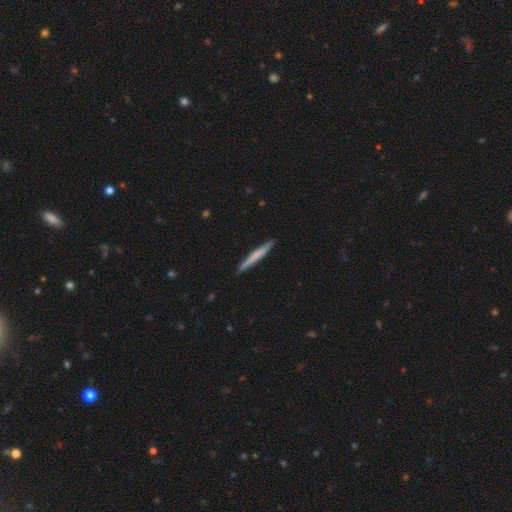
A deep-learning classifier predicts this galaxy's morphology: A smooth galaxy with no disk features (65%) that is cigar-shaped (97%).

Vote fractions:
- Smooth or featured? smooth: 65% / featured or disk: 30% / star or artifact: 5%
- How rounded? cigar-shaped: 97% / in between: 2% / round: 1%
- Merging? none: 91% / minor disturbance: 7% / major disturbance: 1% / merger: 1%